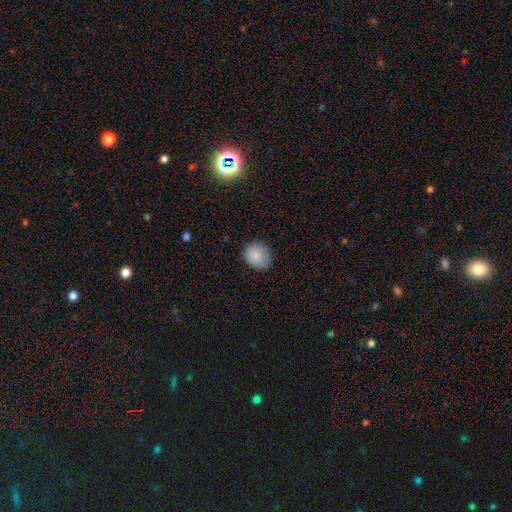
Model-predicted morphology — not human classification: Q: Smooth or featured?
A: smooth (85%); runner-up: star or artifact (8%)
Q: How rounded?
A: round (77%); runner-up: in between (22%)
Q: Merging?
A: none (83%); runner-up: minor disturbance (14%)